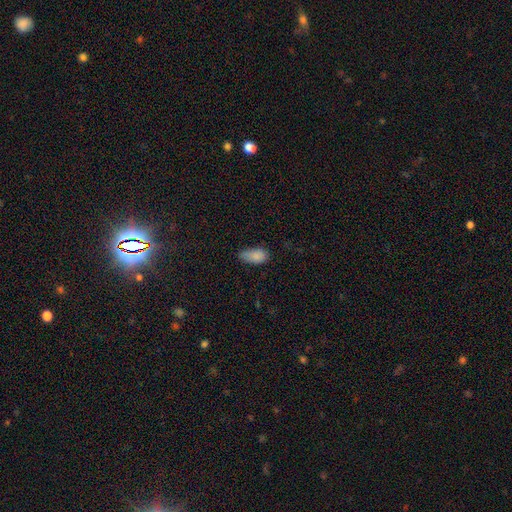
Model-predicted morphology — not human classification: type=smooth (85%); roundness=in between (92%); merging=none (48%).